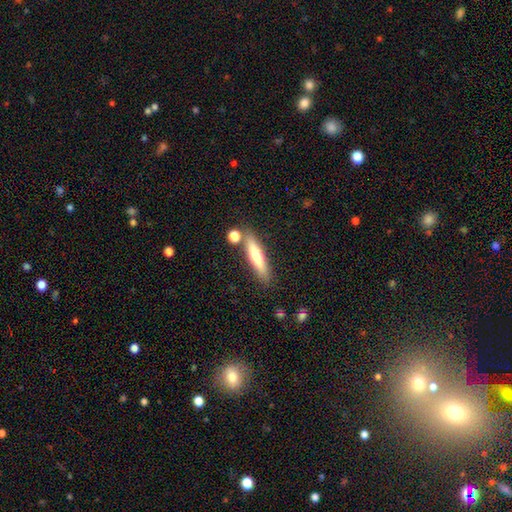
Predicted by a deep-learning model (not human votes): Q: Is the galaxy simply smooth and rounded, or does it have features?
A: smooth — 59%.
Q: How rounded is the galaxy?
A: cigar-shaped — 82%.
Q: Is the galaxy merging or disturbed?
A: none — 77%.